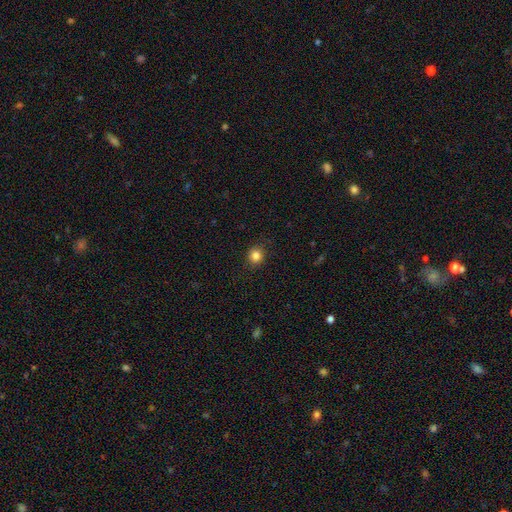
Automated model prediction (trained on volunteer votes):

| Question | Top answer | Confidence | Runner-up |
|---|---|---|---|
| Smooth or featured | smooth | 84% | star or artifact (12%) |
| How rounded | round | 87% | in between (12%) |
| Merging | none | 90% | minor disturbance (7%) |